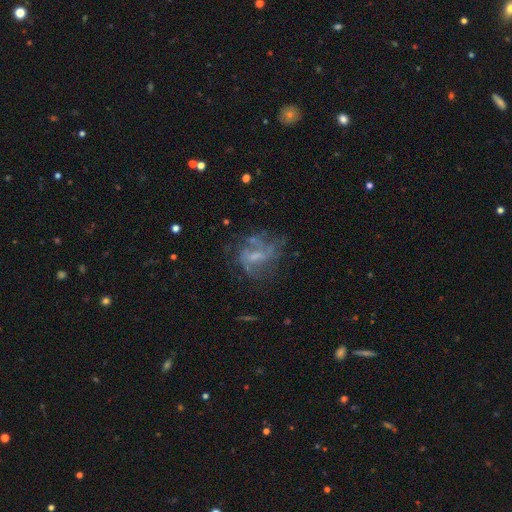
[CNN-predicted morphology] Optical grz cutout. It shows a featured or disk galaxy (64%) with a weak bar (44%), spiral arms (55%) and a small central bulge (39%). Merging: none (47%).